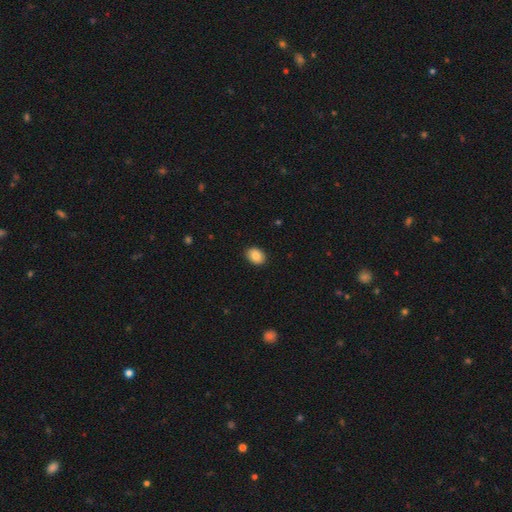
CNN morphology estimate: Smooth or featured? Predicted: smooth (p=0.86). How rounded? Predicted: in between (p=0.72). Merging? Predicted: none (p=0.91).